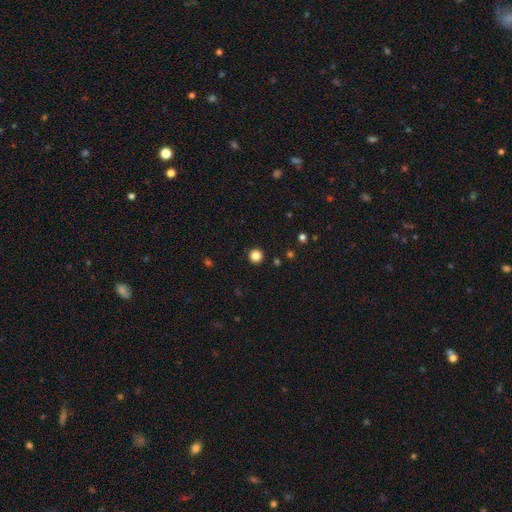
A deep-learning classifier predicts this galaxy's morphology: smooth 85%, star or artifact 12%, featured or disk 4%. Down the decision tree: how rounded — round (96%); merging — none (93%).